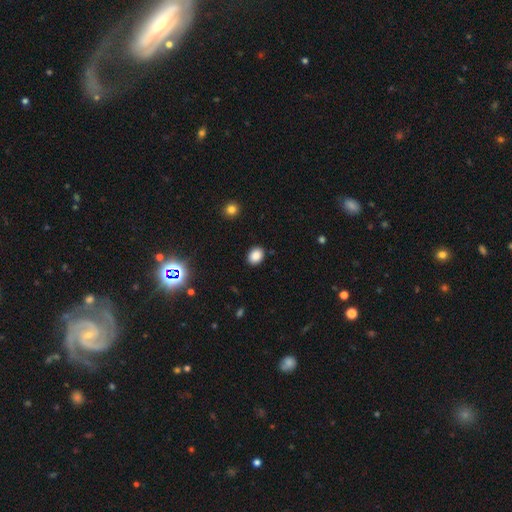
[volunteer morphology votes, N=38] Smooth or featured: smooth — 89% (featured or disk — 5%)
How rounded: in between — 74% (round — 26%)
Merging: none — 89% (minor disturbance — 6%)